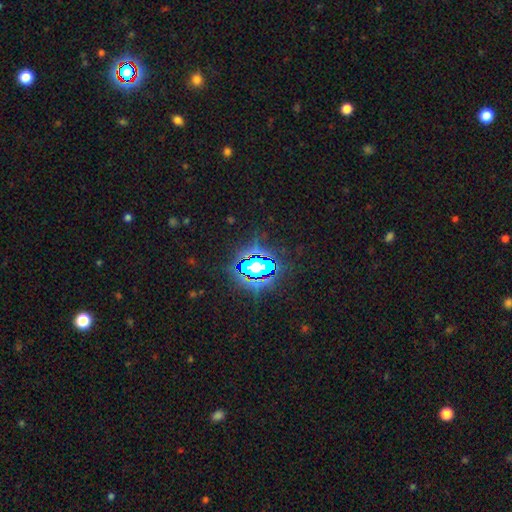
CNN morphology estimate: A star or artifact, not a galaxy (81%).

Vote fractions:
- Smooth or featured? star or artifact: 81% / smooth: 12% / featured or disk: 7%